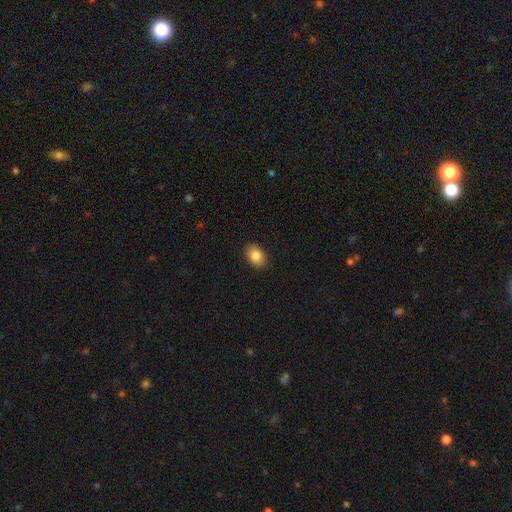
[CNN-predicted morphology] This appears to be a smooth galaxy with no disk features (84%) that is in between round and cigar-shaped (79%). Merging: none (90%).